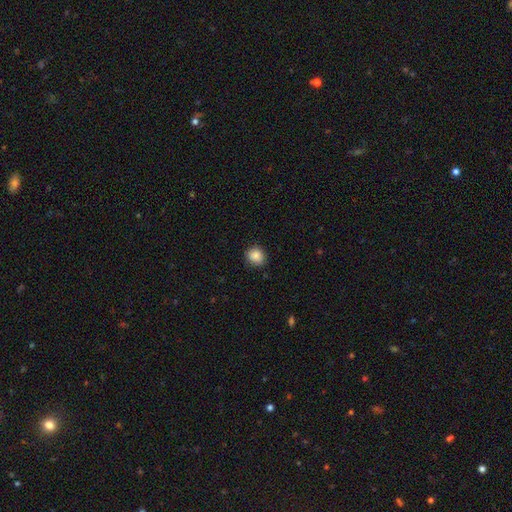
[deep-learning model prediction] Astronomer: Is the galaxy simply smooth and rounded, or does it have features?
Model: smooth — 87%.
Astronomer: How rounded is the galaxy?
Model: round — 73%.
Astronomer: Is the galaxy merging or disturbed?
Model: none — 84%.